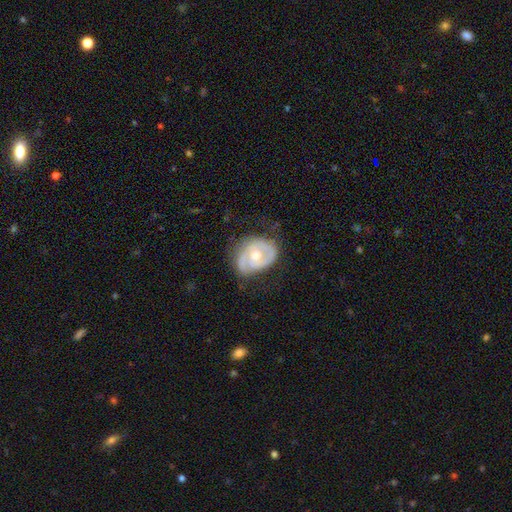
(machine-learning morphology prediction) Q: Smooth or featured?
A: featured or disk (76%); runner-up: smooth (20%)
Q: Edge-on disk?
A: no (97%); runner-up: yes (3%)
Q: Bar?
A: no (71%); runner-up: weak (24%)
Q: Spiral arms?
A: yes (81%); runner-up: no (19%)
Q: Spiral winding?
A: tight (56%); runner-up: medium (32%)
Q: Spiral arm count?
A: 2 (50%); runner-up: 1 (21%)
Q: Bulge size?
A: moderate (73%); runner-up: small (19%)
Q: Merging?
A: none (58%); runner-up: minor disturbance (28%)